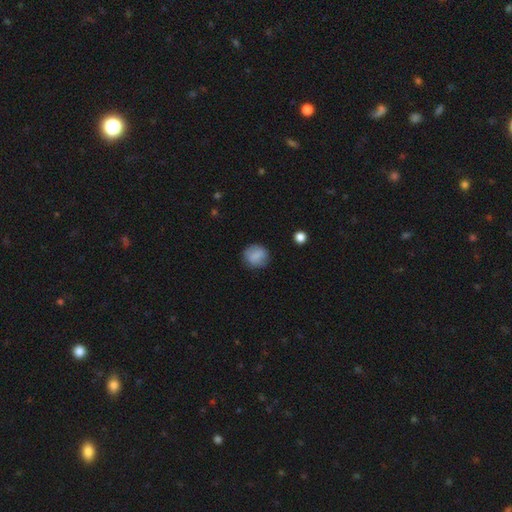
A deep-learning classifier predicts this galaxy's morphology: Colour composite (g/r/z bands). It shows a smooth galaxy with no disk features (80%) that is round (82%). Merging: none (82%).